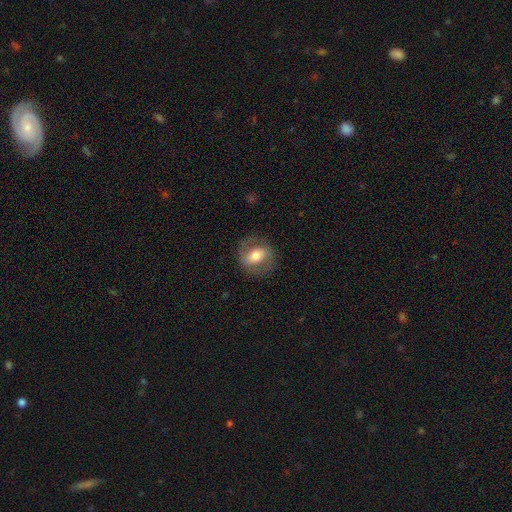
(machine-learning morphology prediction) Smooth or featured? featured or disk (53%)
Edge-on disk? no (94%)
Merging? none (78%)